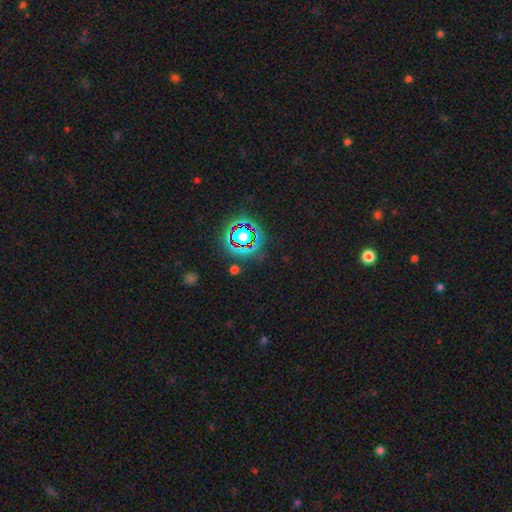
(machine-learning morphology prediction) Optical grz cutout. It shows a star or artifact, not a galaxy (76%).